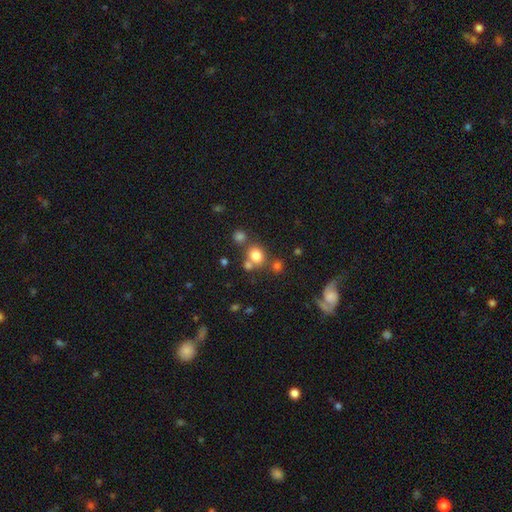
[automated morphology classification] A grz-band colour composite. It shows a smooth galaxy with no disk features (77%) that is round (67%). Merging: none (62%).